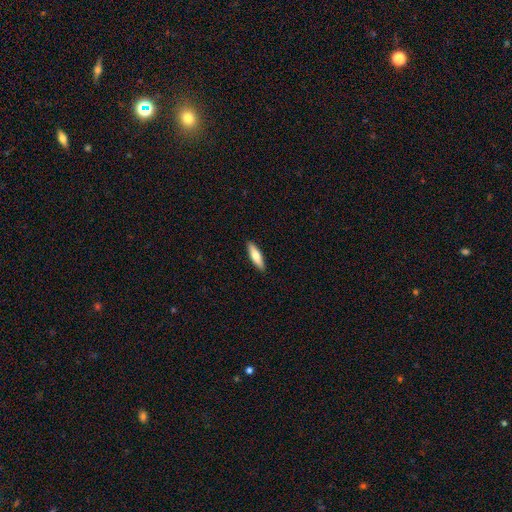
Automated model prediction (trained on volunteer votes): Q: Smooth or featured?
A: smooth (70%); runner-up: featured or disk (25%)
Q: How rounded?
A: cigar-shaped (62%); runner-up: in between (37%)
Q: Merging?
A: none (90%); runner-up: minor disturbance (7%)